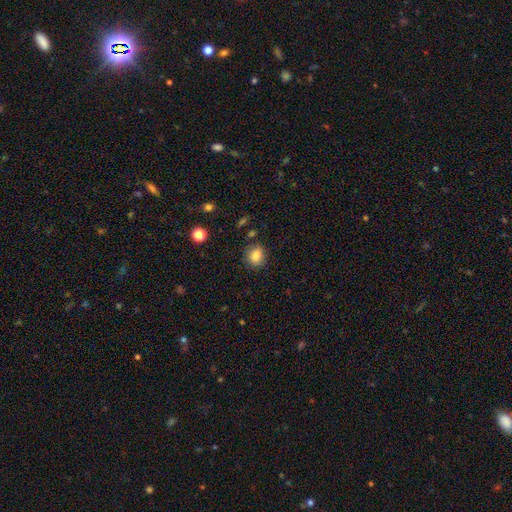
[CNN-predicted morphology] Overall: smooth (85%). How rounded: round (63%; in between 36%). Merging: none (79%).